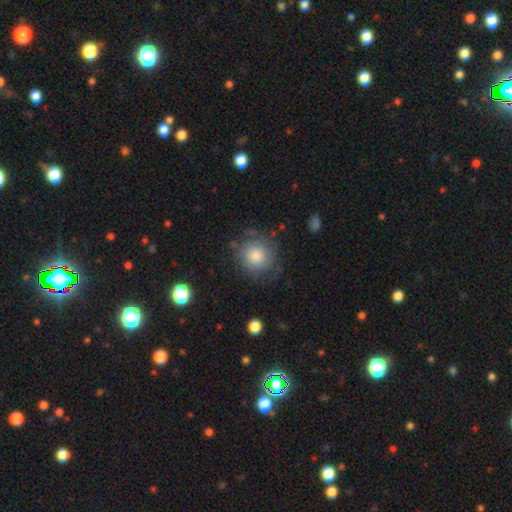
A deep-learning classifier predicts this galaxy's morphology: Smooth or featured?
  - smooth: 73% *
  - featured or disk: 18%
  - star or artifact: 9%
How rounded?
  - round: 90% *
  - in between: 10%
  - cigar-shaped: 1%
Merging?
  - none: 73% *
  - minor disturbance: 18%
  - major disturbance: 8%
  - merger: 2%